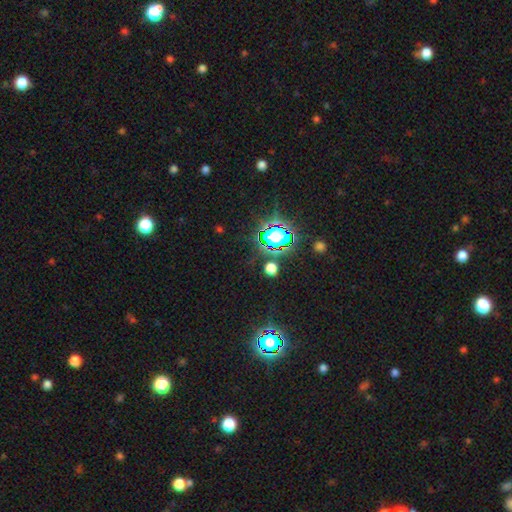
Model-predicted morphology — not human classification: A star or artifact, not a galaxy (78%).